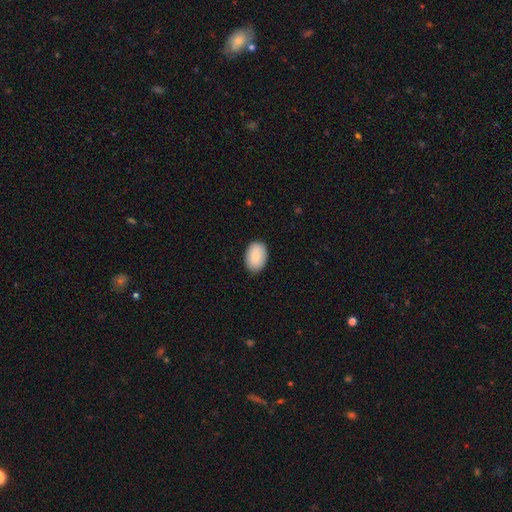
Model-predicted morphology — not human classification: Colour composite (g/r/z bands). It shows a smooth galaxy with no disk features (88%) that is in between round and cigar-shaped (87%). Merging: none (87%).